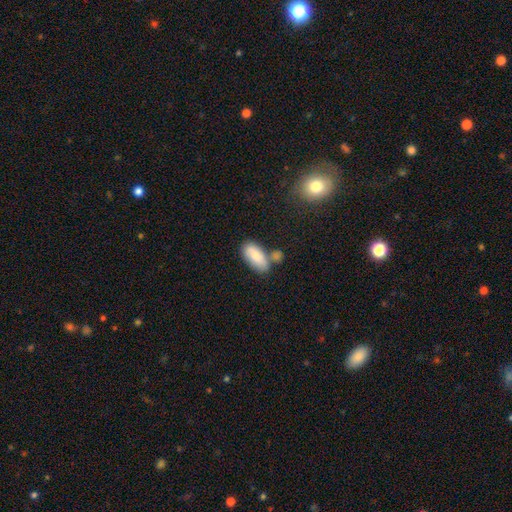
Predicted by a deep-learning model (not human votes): Overall: smooth (78%). How rounded: in between (90%). Merging: none (53%; merger 24%).